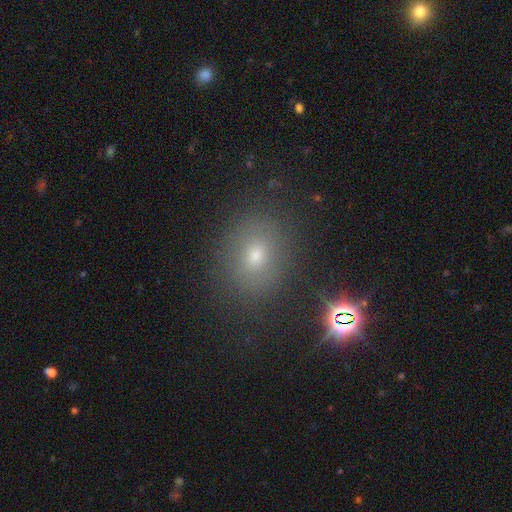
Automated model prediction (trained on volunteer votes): smooth-or-featured: smooth: 64% | star or artifact: 21% | featured or disk: 15%
  how-rounded: round: 54% | in between: 45% | cigar-shaped: 1%
  merging: none: 82% | minor disturbance: 11% | major disturbance: 5% | merger: 2%